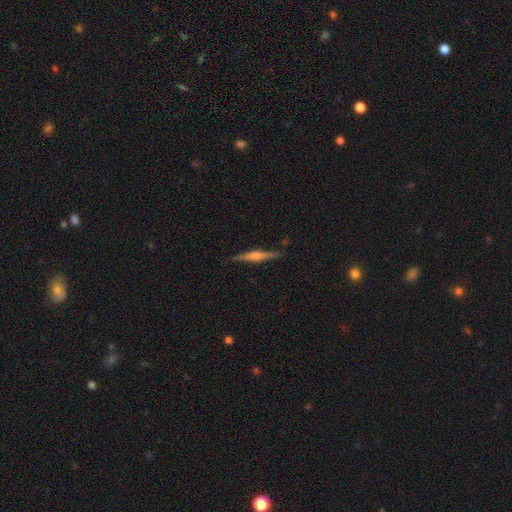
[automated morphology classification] smooth-or-featured: featured or disk: 71% | smooth: 22% | star or artifact: 6%
  disk-edge-on: yes: 98% | no: 2%
    edge-on-bulge: rounded: 74% | boxy: 19% | none: 7%
  merging: none: 87% | minor disturbance: 10% | major disturbance: 2% | merger: 1%